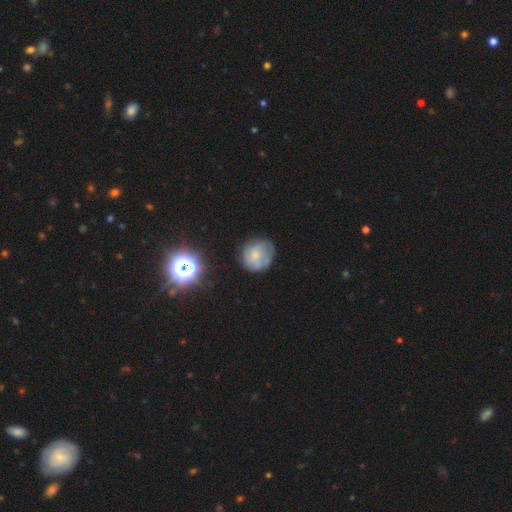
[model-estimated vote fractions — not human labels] Q: Smooth or featured?
A: smooth (54%); runner-up: featured or disk (34%)
Q: How rounded?
A: round (77%); runner-up: in between (22%)
Q: Merging?
A: none (59%); runner-up: minor disturbance (25%)